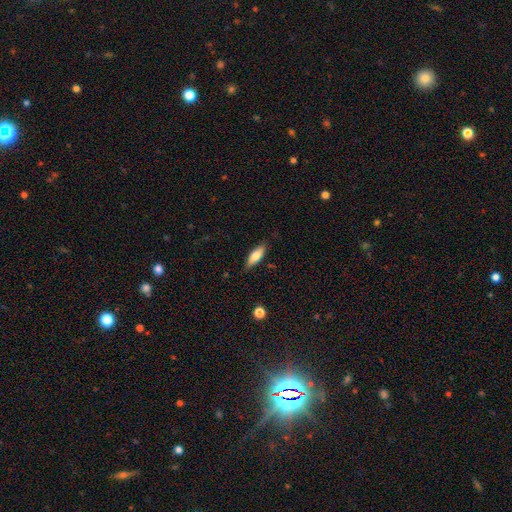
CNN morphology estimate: type=smooth (75%); roundness=in between (67%); merging=none (81%).